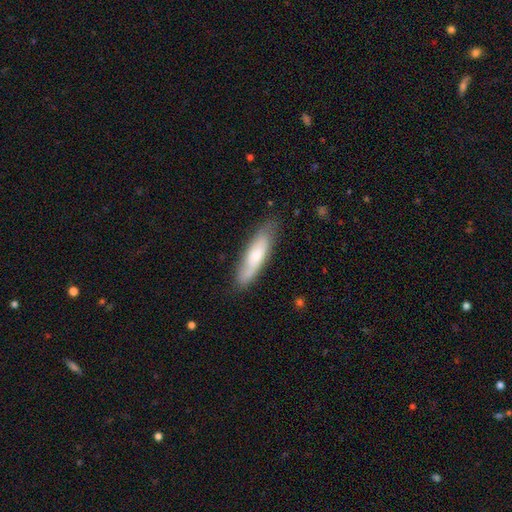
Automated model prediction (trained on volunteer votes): smooth_or_featured: smooth (p=0.55) [alt: featured or disk p=0.38]
how_rounded: cigar-shaped (p=0.66) [alt: in between p=0.33]
merging: none (p=0.77) [alt: minor disturbance p=0.17]